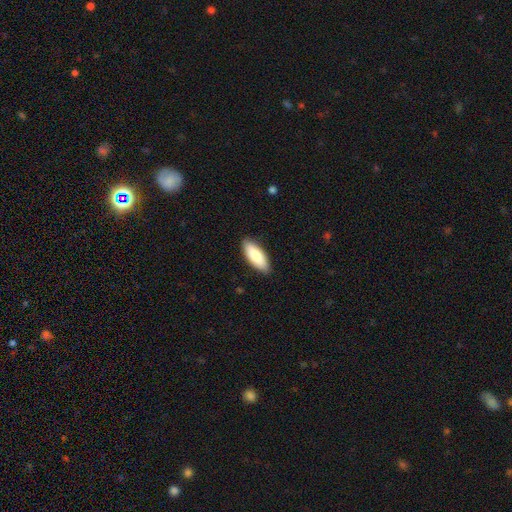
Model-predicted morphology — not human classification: The model was most divided on "how rounded": in between: 75%, cigar-shaped: 24%, round: 2%. More confident: merging — none (87%); smooth or featured — smooth (86%).